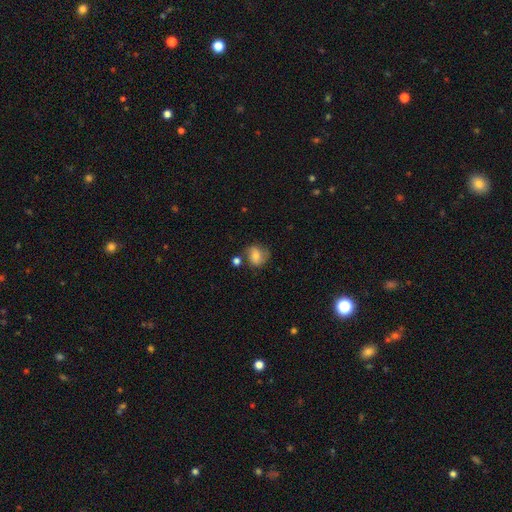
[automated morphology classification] Smooth or featured: smooth — 61% (featured or disk — 29%)
How rounded: round — 71% (in between — 28%)
Merging: none — 62% (minor disturbance — 21%)